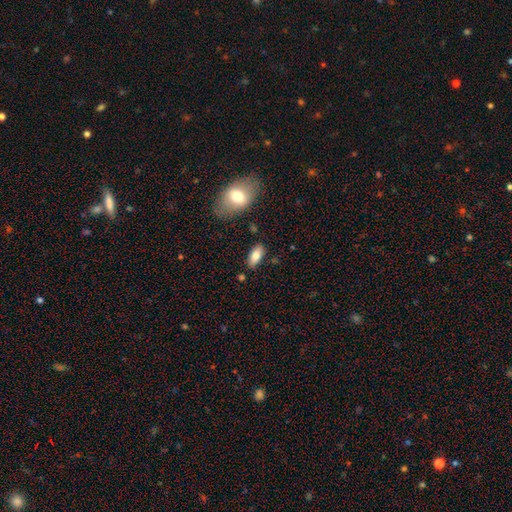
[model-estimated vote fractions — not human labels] Smooth or featured: smooth — 82% (featured or disk — 11%)
How rounded: in between — 88% (cigar-shaped — 10%)
Merging: none — 82% (minor disturbance — 12%)